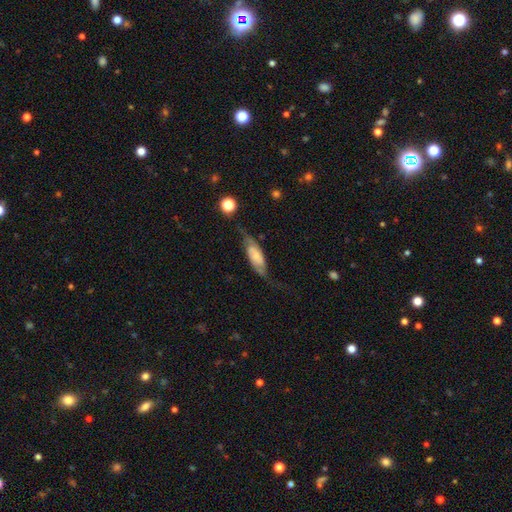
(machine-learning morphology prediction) Q: Smooth or featured?
A: featured or disk (63%); runner-up: smooth (30%)
Q: Edge-on disk?
A: no (81%); runner-up: yes (19%)
Q: Bar?
A: no (61%); runner-up: weak (27%)
Q: Spiral arms?
A: yes (89%); runner-up: no (11%)
Q: Bulge size?
A: small (46%); runner-up: moderate (23%)
Q: Merging?
A: none (58%); runner-up: minor disturbance (23%)